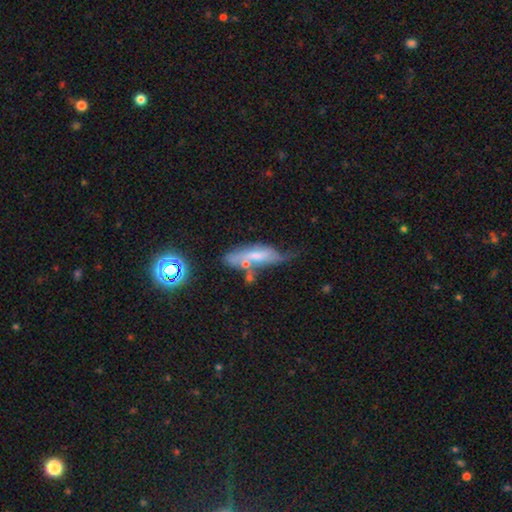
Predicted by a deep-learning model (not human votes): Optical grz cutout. It shows a smooth galaxy with no disk features (49%). Merging: none (38%).